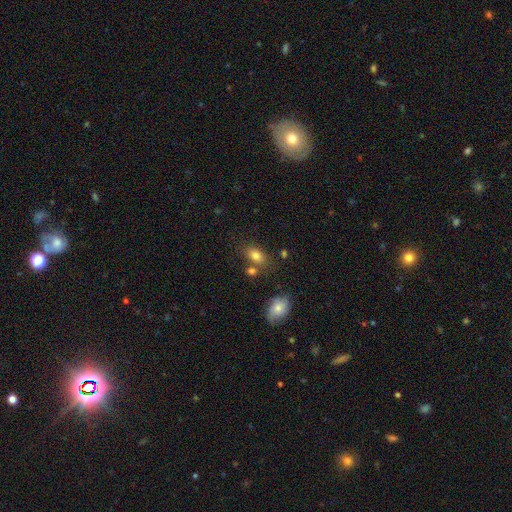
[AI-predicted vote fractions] This appears to be a smooth galaxy with no disk features (81%) that is in between round and cigar-shaped (83%). Merging: none (67%).